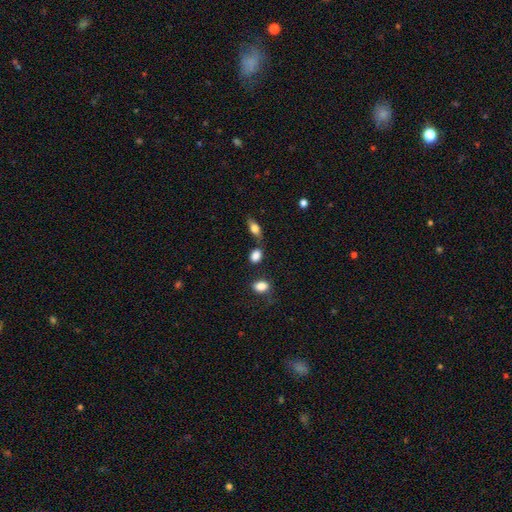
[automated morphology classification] Smooth or featured?
  - smooth: 84% *
  - star or artifact: 9%
  - featured or disk: 7%
How rounded?
  - in between: 74% *
  - round: 22%
  - cigar-shaped: 4%
Merging?
  - none: 72% *
  - minor disturbance: 14%
  - merger: 10%
  - major disturbance: 4%